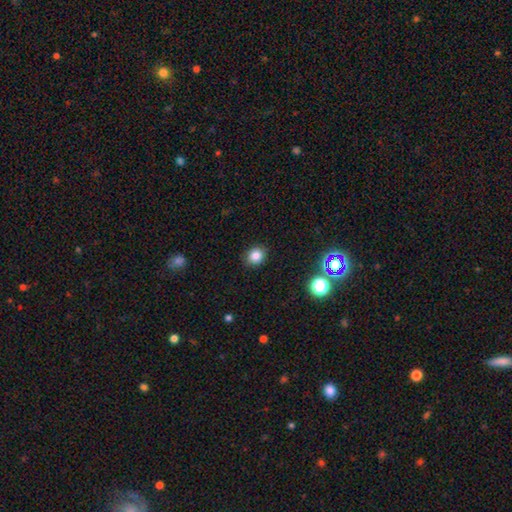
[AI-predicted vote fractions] Smooth or featured?
  - smooth: 81% *
  - star or artifact: 13%
  - featured or disk: 6%
How rounded?
  - round: 69% *
  - in between: 30%
  - cigar-shaped: 1%
Merging?
  - none: 88% *
  - minor disturbance: 8%
  - major disturbance: 2%
  - merger: 1%